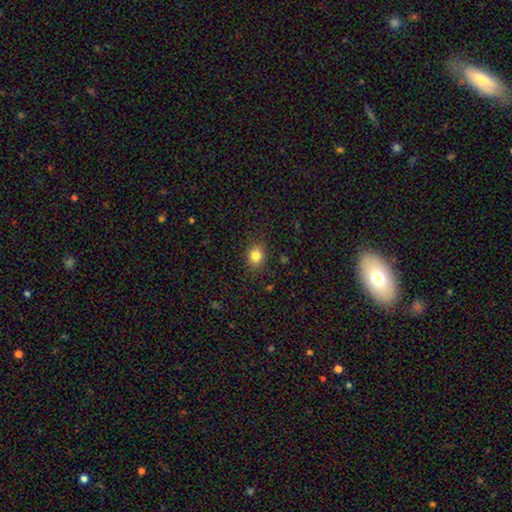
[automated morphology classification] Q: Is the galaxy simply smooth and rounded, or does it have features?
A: smooth — 82%.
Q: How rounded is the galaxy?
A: round — 64%.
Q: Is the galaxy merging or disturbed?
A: none — 86%.